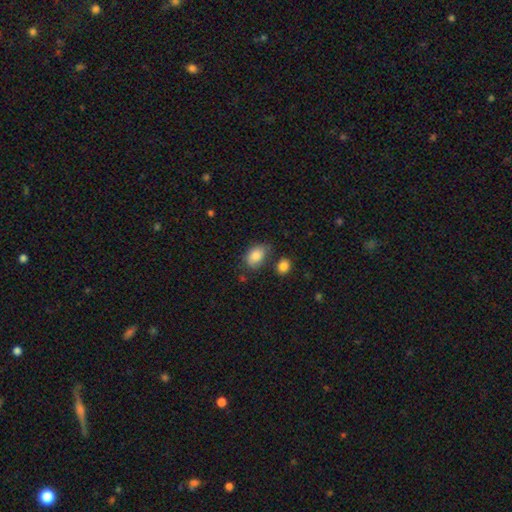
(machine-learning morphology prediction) Q: Smooth or featured?
A: smooth (85%); runner-up: star or artifact (7%)
Q: How rounded?
A: in between (84%); runner-up: round (15%)
Q: Merging?
A: none (64%); runner-up: minor disturbance (23%)